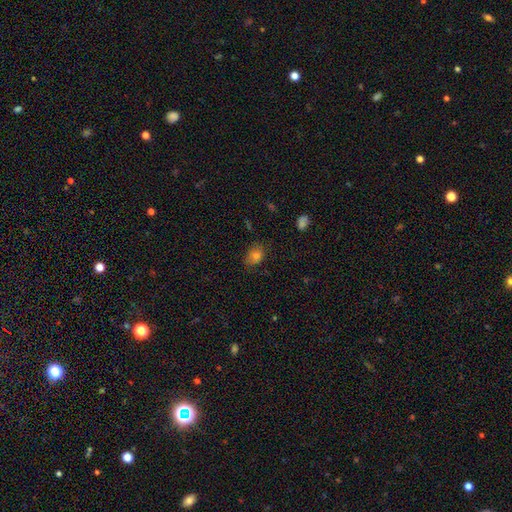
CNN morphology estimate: Smooth or featured?
  - smooth: 77% *
  - star or artifact: 14%
  - featured or disk: 9%
How rounded?
  - in between: 65% *
  - round: 34%
  - cigar-shaped: 1%
Merging?
  - none: 72% *
  - minor disturbance: 22%
  - major disturbance: 5%
  - merger: 2%